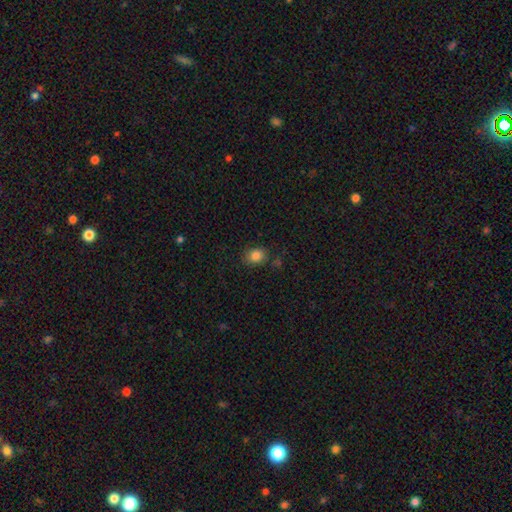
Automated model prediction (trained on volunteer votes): A smooth galaxy with no disk features (84%) that is round (50%).

Vote fractions:
- Smooth or featured? smooth: 84% / star or artifact: 10% / featured or disk: 5%
- How rounded? round: 50% / in between: 49% / cigar-shaped: 1%
- Merging? none: 78% / minor disturbance: 14% / merger: 4% / major disturbance: 4%